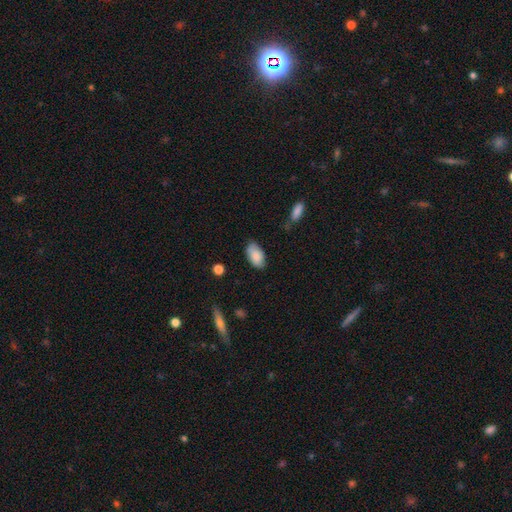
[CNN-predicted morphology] A smooth galaxy with no disk features (86%) that is in between round and cigar-shaped (94%). Merging: none (75%).